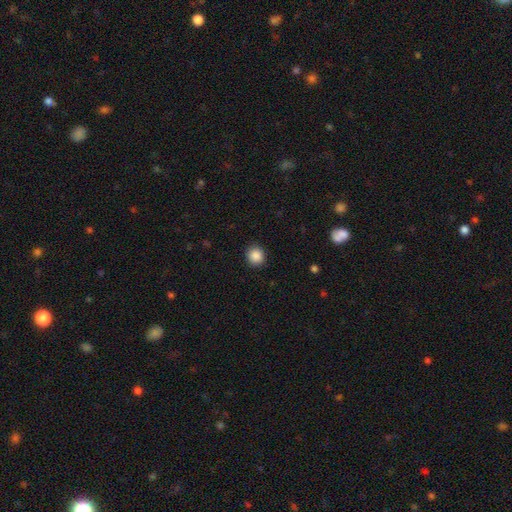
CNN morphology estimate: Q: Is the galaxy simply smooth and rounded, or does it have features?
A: smooth — 88%.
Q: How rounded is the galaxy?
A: round — 88%.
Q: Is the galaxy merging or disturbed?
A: none — 90%.